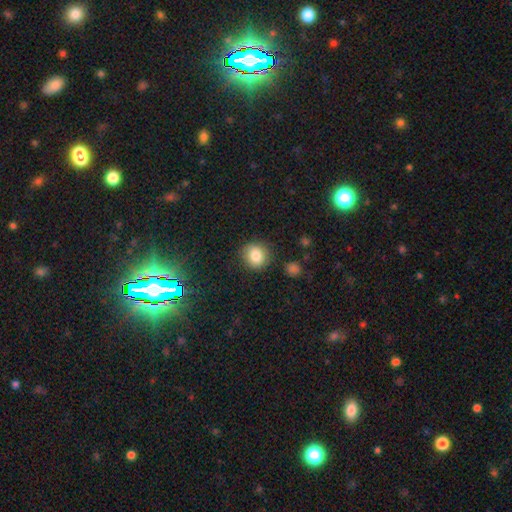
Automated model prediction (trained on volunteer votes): Q: Smooth or featured?
A: smooth (82%); runner-up: star or artifact (11%)
Q: How rounded?
A: round (86%); runner-up: in between (13%)
Q: Merging?
A: none (85%); runner-up: minor disturbance (10%)